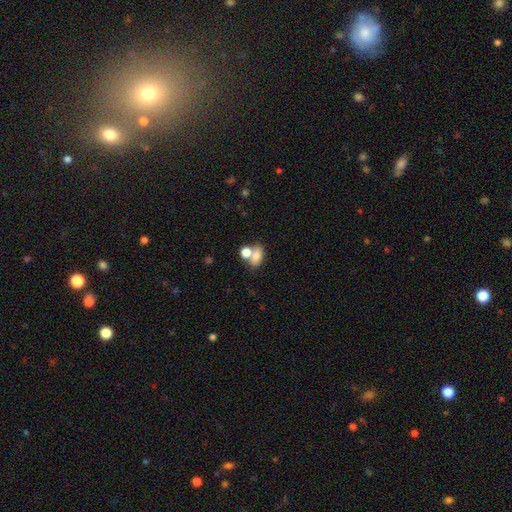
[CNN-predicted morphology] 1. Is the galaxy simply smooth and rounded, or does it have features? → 76% smooth, 13% featured or disk, 11% star or artifact.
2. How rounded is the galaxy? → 76% in between, 21% round, 2% cigar-shaped.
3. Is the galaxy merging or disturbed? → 46% merger, 37% none, 11% minor disturbance, 6% major disturbance.